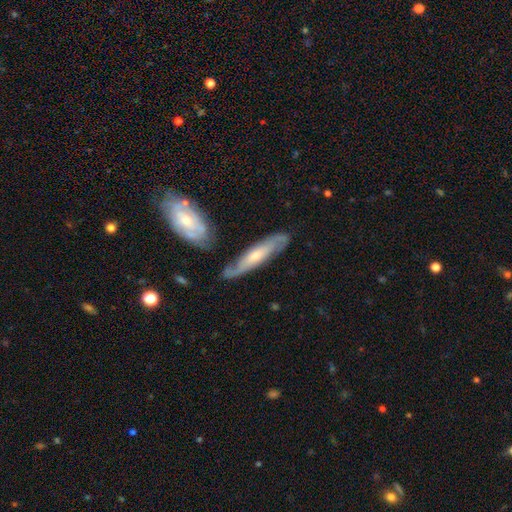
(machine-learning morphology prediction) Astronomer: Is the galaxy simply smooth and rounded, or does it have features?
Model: featured or disk — 63%.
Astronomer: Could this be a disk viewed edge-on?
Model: no — 56% (runner-up: yes, 44%).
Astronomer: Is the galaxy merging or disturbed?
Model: none — 72%.